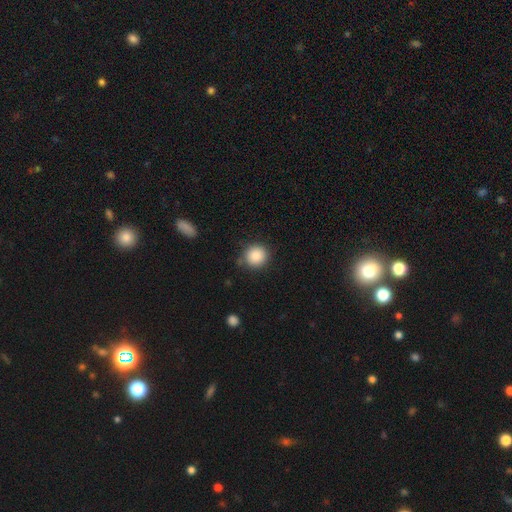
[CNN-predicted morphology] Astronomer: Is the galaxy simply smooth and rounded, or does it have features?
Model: smooth — 87%.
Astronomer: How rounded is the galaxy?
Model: round — 90%.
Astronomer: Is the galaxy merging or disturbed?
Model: none — 81%.